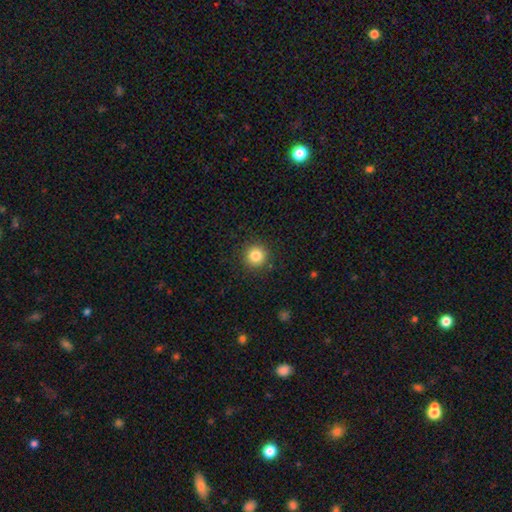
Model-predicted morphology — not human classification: type=smooth (83%); roundness=round (95%); merging=none (91%).